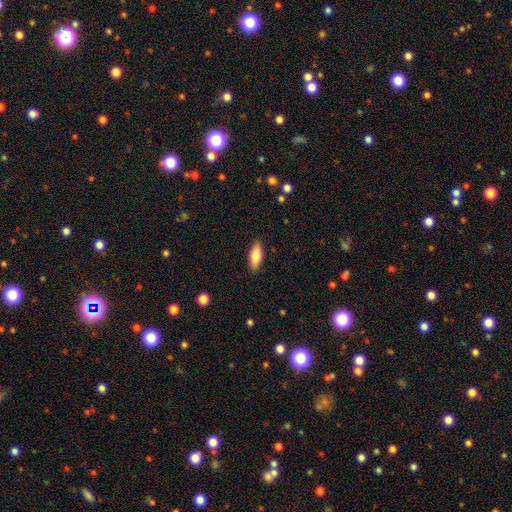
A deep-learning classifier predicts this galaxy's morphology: smooth_or_featured: smooth (p=0.76) [alt: featured or disk p=0.18]
how_rounded: in between (p=0.76) [alt: cigar-shaped p=0.21]
merging: none (p=0.88) [alt: minor disturbance p=0.09]